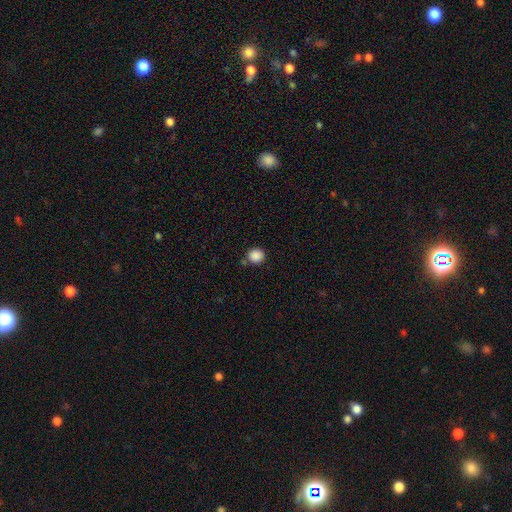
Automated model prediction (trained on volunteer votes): Q: Smooth or featured?
A: smooth (88%); runner-up: star or artifact (10%)
Q: How rounded?
A: round (86%); runner-up: in between (13%)
Q: Merging?
A: none (79%); runner-up: minor disturbance (12%)